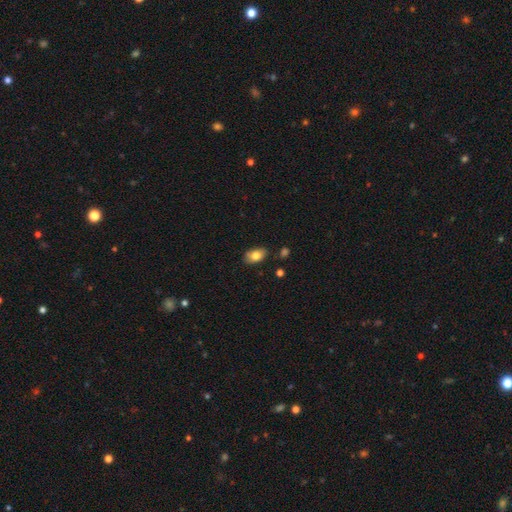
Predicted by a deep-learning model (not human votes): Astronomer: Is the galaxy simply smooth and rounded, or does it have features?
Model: smooth — 80%.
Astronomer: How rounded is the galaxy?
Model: in between — 90%.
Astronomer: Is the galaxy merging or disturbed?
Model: none — 80%.